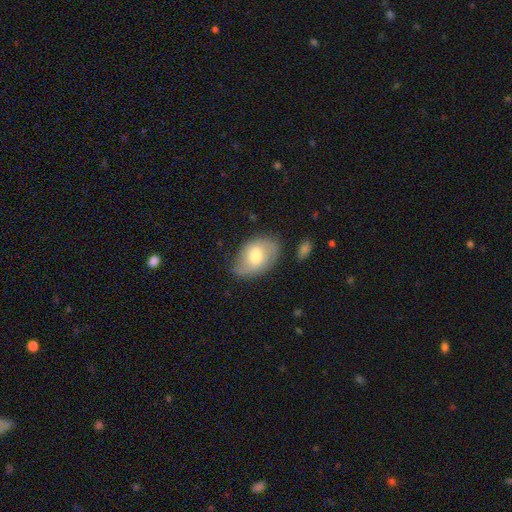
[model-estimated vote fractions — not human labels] Smooth or featured?
  - smooth: 59% *
  - featured or disk: 34%
  - star or artifact: 7%
How rounded?
  - in between: 85% *
  - round: 14%
  - cigar-shaped: 1%
Merging?
  - none: 61% *
  - minor disturbance: 29%
  - major disturbance: 8%
  - merger: 3%